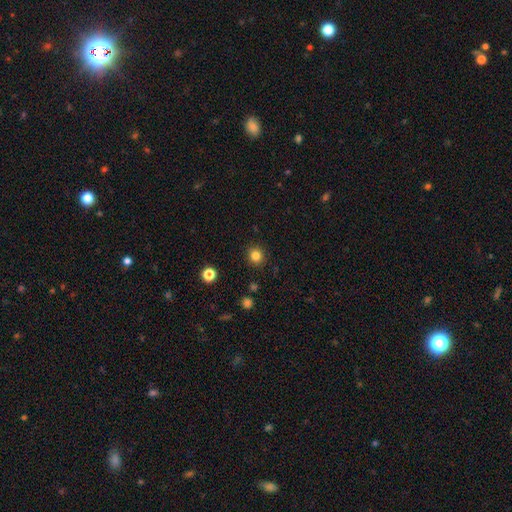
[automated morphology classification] smooth_or_featured: smooth (p=0.82) [alt: star or artifact p=0.13]
how_rounded: round (p=0.91) [alt: in between p=0.08]
merging: none (p=0.91) [alt: minor disturbance p=0.06]